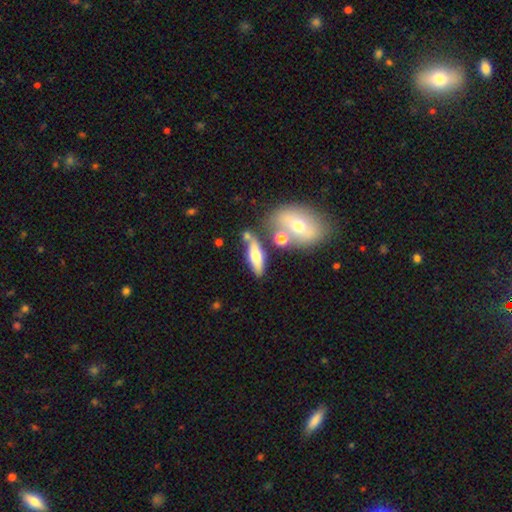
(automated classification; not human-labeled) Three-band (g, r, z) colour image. It shows a smooth galaxy with no disk features (57%) that is in between round and cigar-shaped (48%). Merging: none (62%).